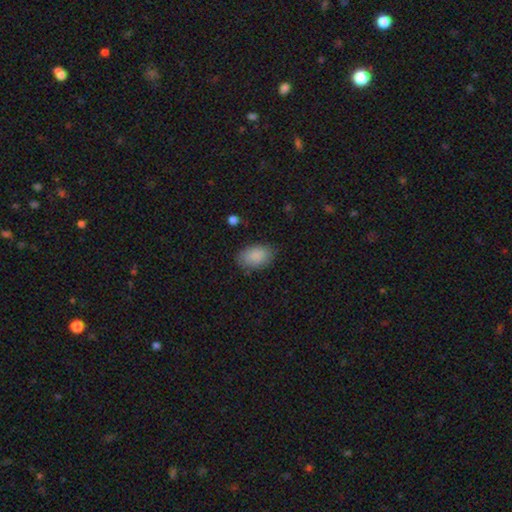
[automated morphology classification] Smooth or featured?
  - smooth: 88% *
  - star or artifact: 7%
  - featured or disk: 5%
How rounded?
  - in between: 92% *
  - round: 7%
  - cigar-shaped: 1%
Merging?
  - none: 82% *
  - minor disturbance: 14%
  - major disturbance: 3%
  - merger: 1%